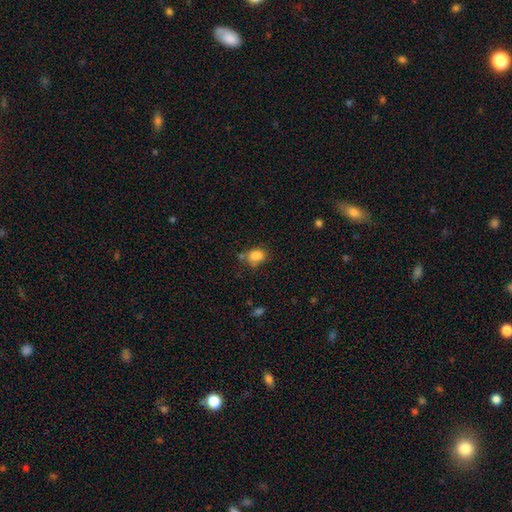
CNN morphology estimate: Q: Smooth or featured?
A: smooth (83%); runner-up: star or artifact (10%)
Q: How rounded?
A: in between (70%); runner-up: round (29%)
Q: Merging?
A: none (59%); runner-up: minor disturbance (22%)